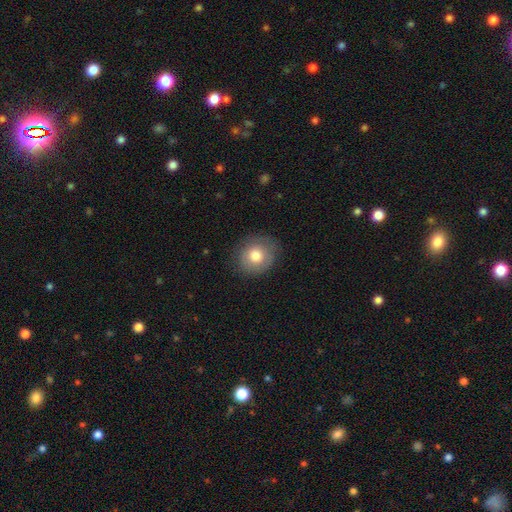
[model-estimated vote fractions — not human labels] smooth-or-featured: smooth: 73% | featured or disk: 19% | star or artifact: 8%
  how-rounded: round: 81% | in between: 18% | cigar-shaped: 1%
  merging: none: 80% | minor disturbance: 14% | major disturbance: 5% | merger: 1%